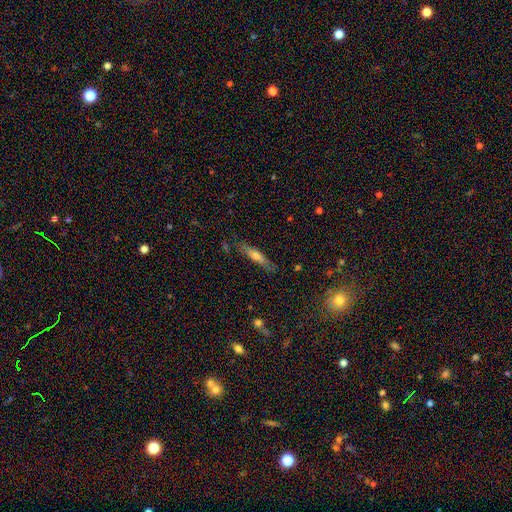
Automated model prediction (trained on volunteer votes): A smooth galaxy with no disk features (57%) that is cigar-shaped (81%). Merging: none (79%).